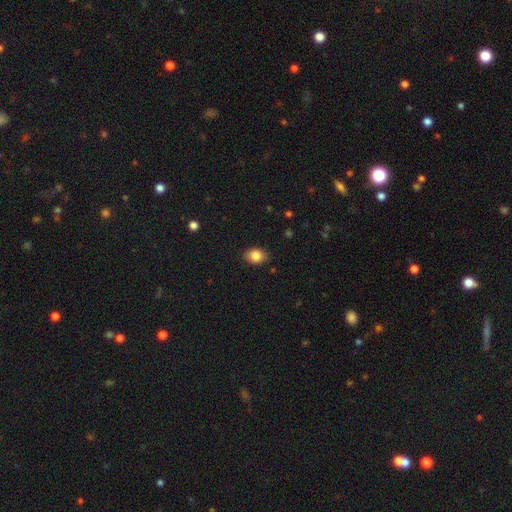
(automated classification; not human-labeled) This is clearly a smooth galaxy (85%). How rounded: likely in between (71%). Merging: clearly none (87%).